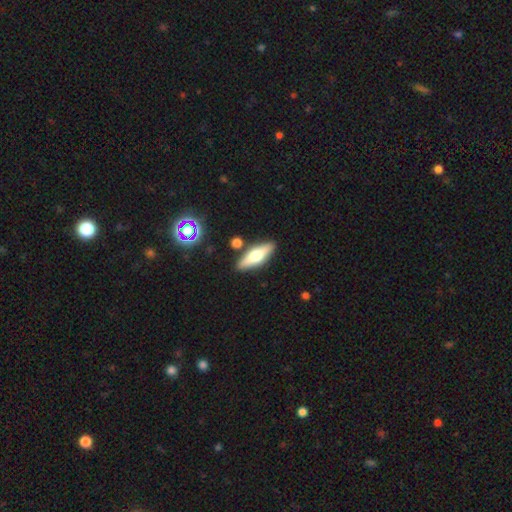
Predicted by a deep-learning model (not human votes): smooth 46% (tied), featured or disk 46% (tied), star or artifact 7%. Down the decision tree: merging — none (85%).